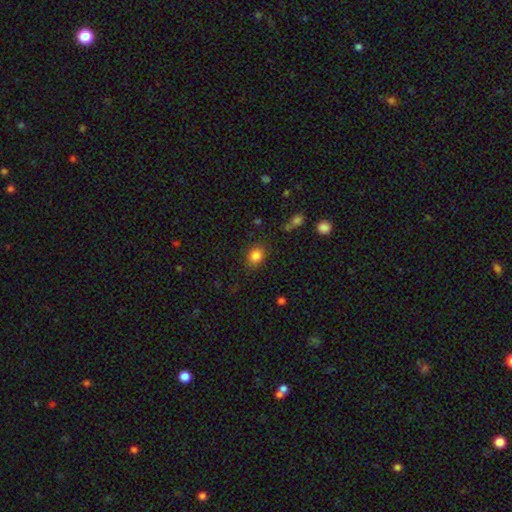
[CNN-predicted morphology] This appears to be a smooth galaxy with no disk features (84%) that is round (61%). Merging: none (82%).